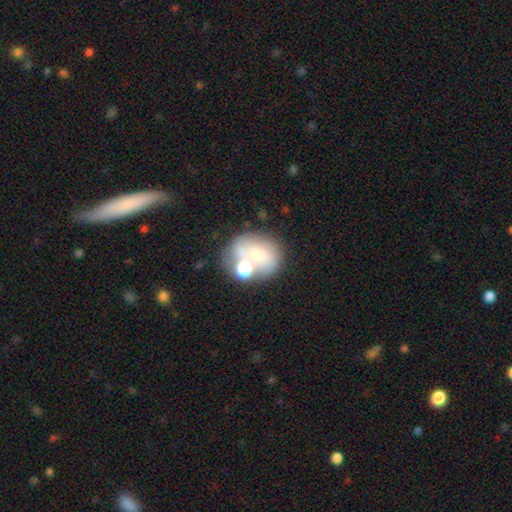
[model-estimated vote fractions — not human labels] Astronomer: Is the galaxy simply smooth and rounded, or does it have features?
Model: smooth — 51% (runner-up: featured or disk, 36%).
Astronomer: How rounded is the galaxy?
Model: round — 53% (runner-up: in between, 46%).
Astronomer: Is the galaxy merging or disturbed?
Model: none — 38% (runner-up: merger, 29%).